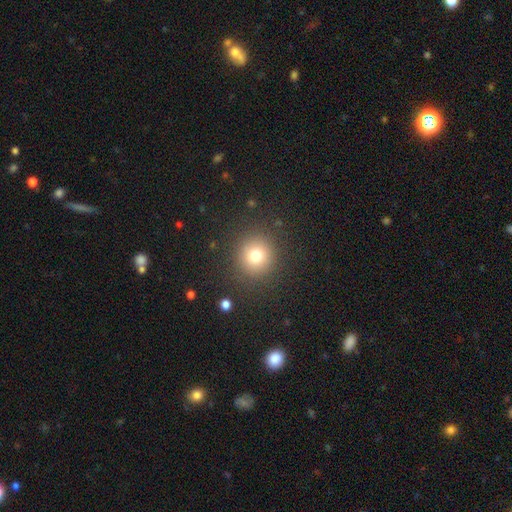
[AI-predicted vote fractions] smooth-or-featured: smooth: 76% | star or artifact: 15% | featured or disk: 10%
  how-rounded: round: 92% | in between: 7% | cigar-shaped: 1%
  merging: none: 88% | minor disturbance: 7% | major disturbance: 4% | merger: 1%